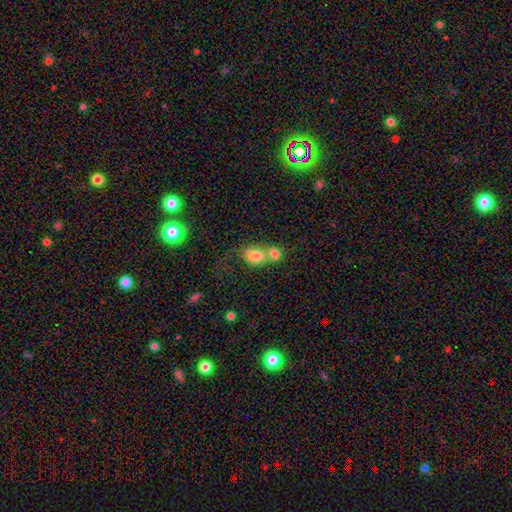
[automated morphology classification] smooth_or_featured: smooth (p=0.77) [alt: featured or disk p=0.13]
how_rounded: in between (p=0.57) [alt: round p=0.41]
merging: merger (p=0.64) [alt: none p=0.23]